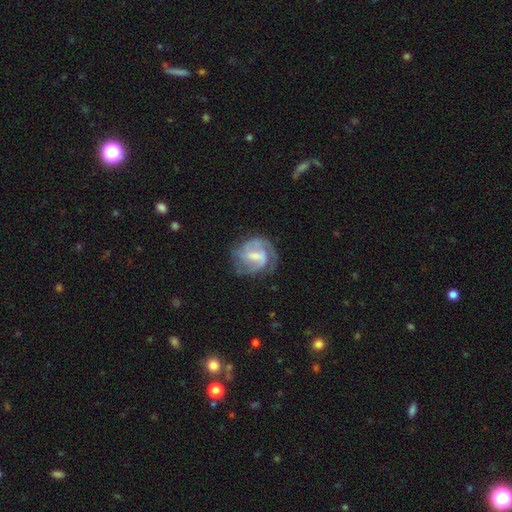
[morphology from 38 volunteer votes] featured or disk 74%, smooth 21%, star or artifact 5%. Down the decision tree: edge-on disk — no (96%); bar — weak (56%); spiral arms — yes (100%); spiral arm count — 2 (67%); spiral winding — medium (48%); bulge size — moderate (48%); merging — none (56%).